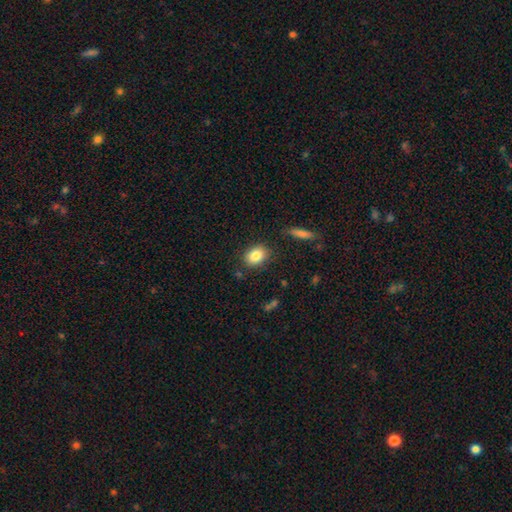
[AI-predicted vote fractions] smooth_or_featured: smooth (p=0.84) [alt: star or artifact p=0.08]
how_rounded: in between (p=0.69) [alt: round p=0.30]
merging: none (p=0.83) [alt: minor disturbance p=0.12]